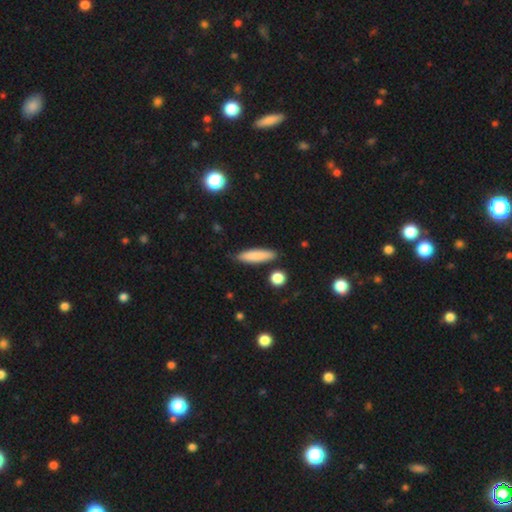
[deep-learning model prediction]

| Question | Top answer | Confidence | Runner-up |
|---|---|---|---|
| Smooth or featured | smooth | 84% | featured or disk (10%) |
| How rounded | cigar-shaped | 74% | in between (24%) |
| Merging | none | 85% | minor disturbance (10%) |